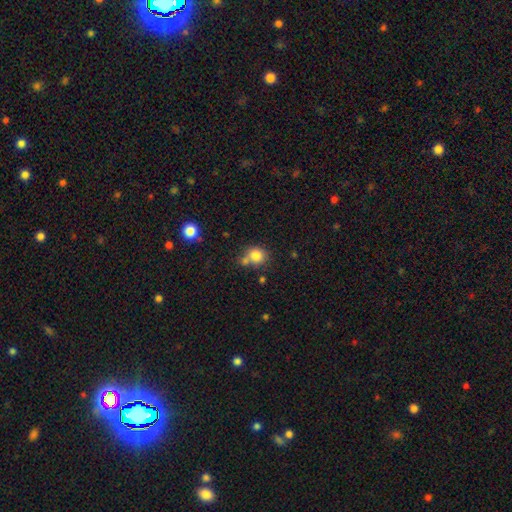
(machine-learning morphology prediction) Smooth or featured?
  - smooth: 81% *
  - star or artifact: 11%
  - featured or disk: 8%
How rounded?
  - round: 80% *
  - in between: 19%
  - cigar-shaped: 1%
Merging?
  - none: 54% *
  - merger: 27%
  - minor disturbance: 14%
  - major disturbance: 5%